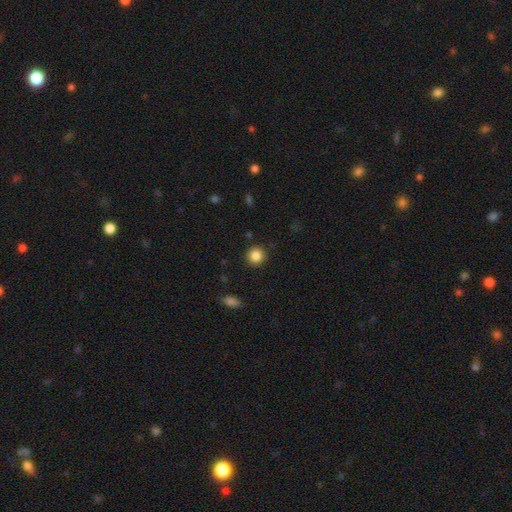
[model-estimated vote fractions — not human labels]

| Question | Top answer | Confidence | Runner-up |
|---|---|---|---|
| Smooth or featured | smooth | 86% | star or artifact (10%) |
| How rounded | round | 93% | in between (6%) |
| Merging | none | 91% | minor disturbance (6%) |